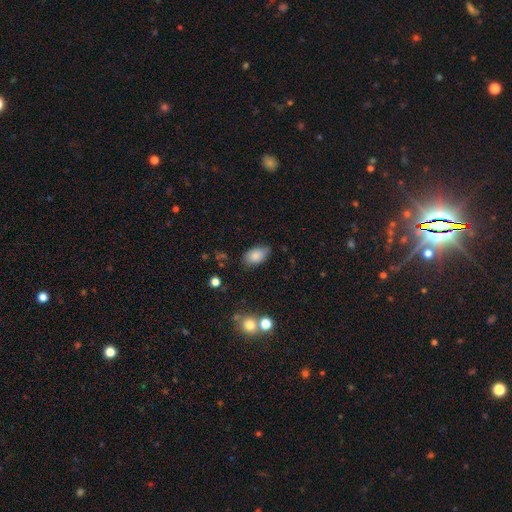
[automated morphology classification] smooth_or_featured: smooth (p=0.83) [alt: featured or disk p=0.09]
how_rounded: in between (p=0.90) [alt: round p=0.08]
merging: none (p=0.68) [alt: minor disturbance p=0.25]